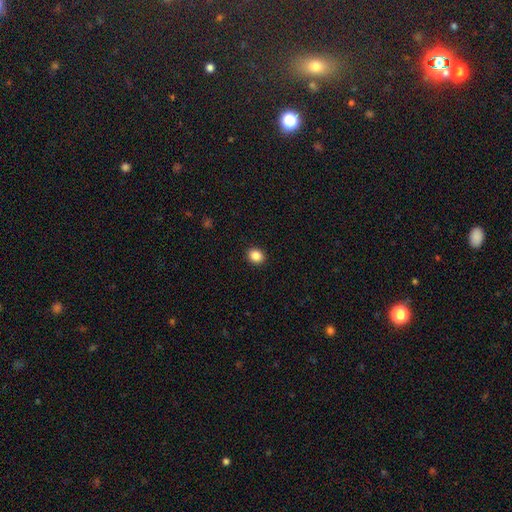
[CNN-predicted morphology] Smooth or featured?
  - smooth: 86% *
  - star or artifact: 10%
  - featured or disk: 4%
How rounded?
  - round: 68% *
  - in between: 31%
  - cigar-shaped: 1%
Merging?
  - none: 92% *
  - minor disturbance: 5%
  - major disturbance: 2%
  - merger: 1%